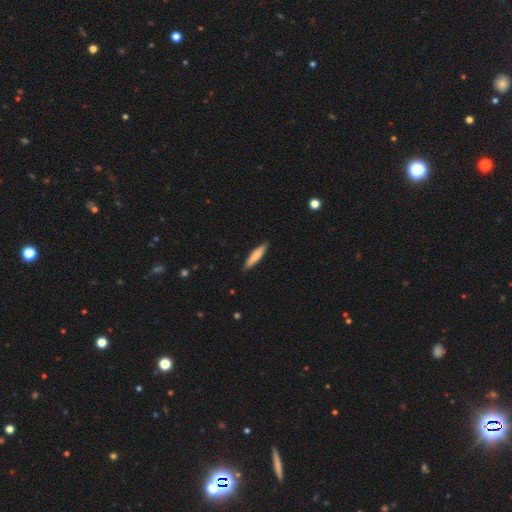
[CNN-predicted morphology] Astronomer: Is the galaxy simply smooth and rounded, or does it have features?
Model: smooth — 78%.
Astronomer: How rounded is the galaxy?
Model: cigar-shaped — 81%.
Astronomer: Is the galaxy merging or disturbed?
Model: none — 88%.